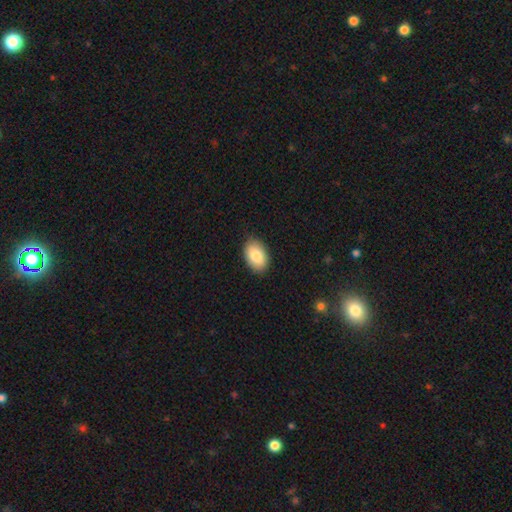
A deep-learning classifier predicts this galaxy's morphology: smooth-or-featured: smooth: 84% | featured or disk: 9% | star or artifact: 7%
  how-rounded: in between: 89% | round: 9% | cigar-shaped: 1%
  merging: none: 88% | minor disturbance: 9% | major disturbance: 2% | merger: 1%